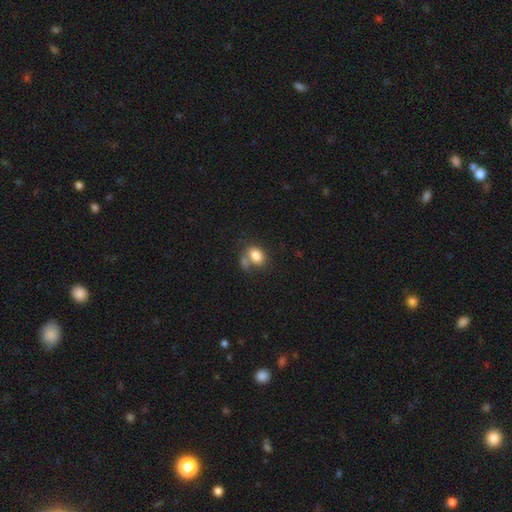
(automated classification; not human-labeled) This is clearly a smooth galaxy (80%). How rounded: likely in between (73%). Merging: marginally none (39%).